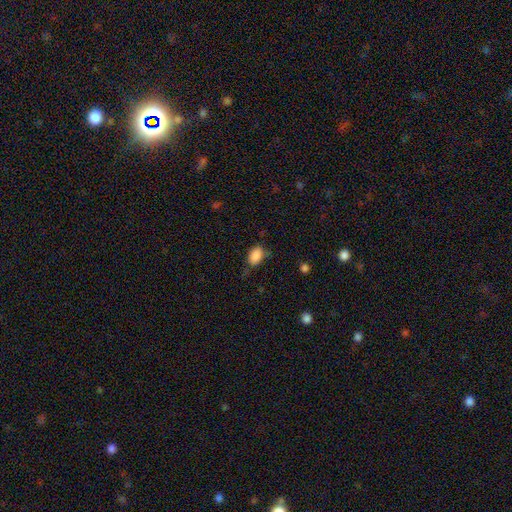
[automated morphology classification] smooth-or-featured: smooth: 87% | star or artifact: 8% | featured or disk: 4%
  how-rounded: in between: 86% | round: 13% | cigar-shaped: 1%
  merging: none: 65% | minor disturbance: 26% | major disturbance: 7% | merger: 2%